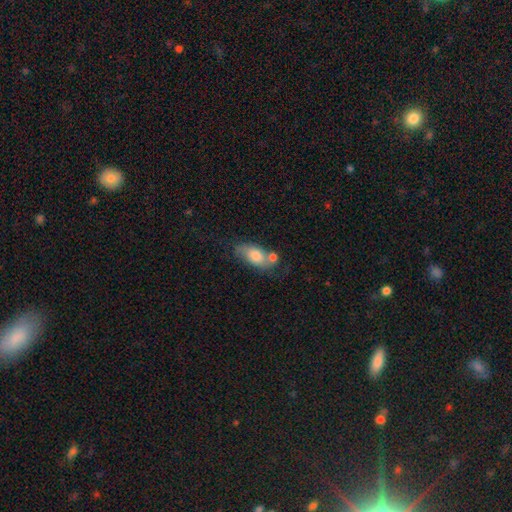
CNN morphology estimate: Smooth or featured?
  - smooth: 73% *
  - featured or disk: 20%
  - star or artifact: 7%
How rounded?
  - in between: 85% *
  - cigar-shaped: 8%
  - round: 6%
Merging?
  - none: 44% *
  - merger: 27%
  - minor disturbance: 21%
  - major disturbance: 9%